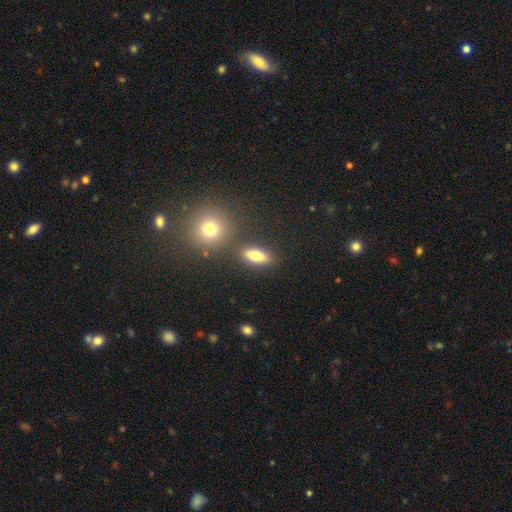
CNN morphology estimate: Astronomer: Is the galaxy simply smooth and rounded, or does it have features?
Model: smooth — 78%.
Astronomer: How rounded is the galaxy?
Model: in between — 67%.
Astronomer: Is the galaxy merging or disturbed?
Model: none — 80%.